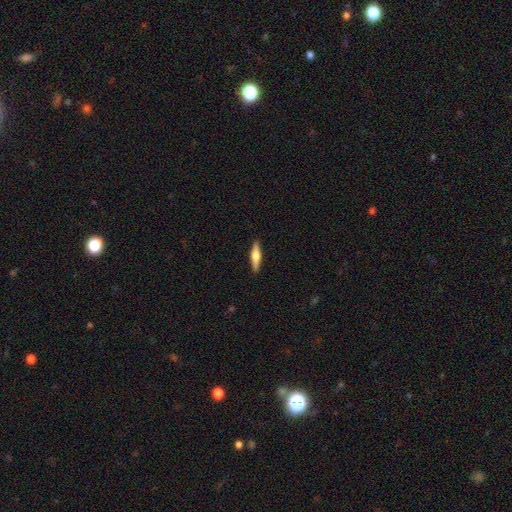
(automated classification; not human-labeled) Overall: featured or disk (48%; smooth 47%). Merging: none (91%).